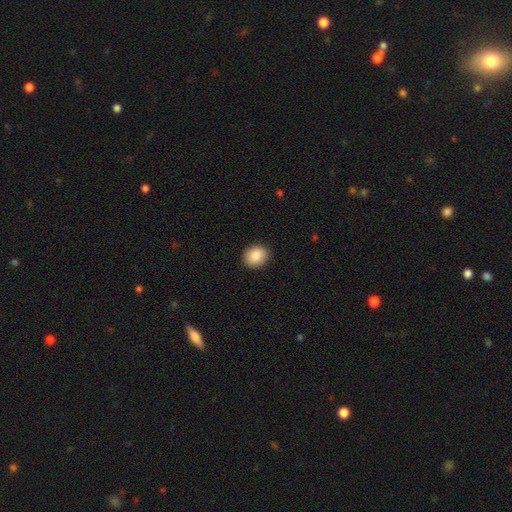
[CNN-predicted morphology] Q: Smooth or featured?
A: smooth (88%); runner-up: star or artifact (8%)
Q: How rounded?
A: round (65%); runner-up: in between (34%)
Q: Merging?
A: none (90%); runner-up: minor disturbance (8%)